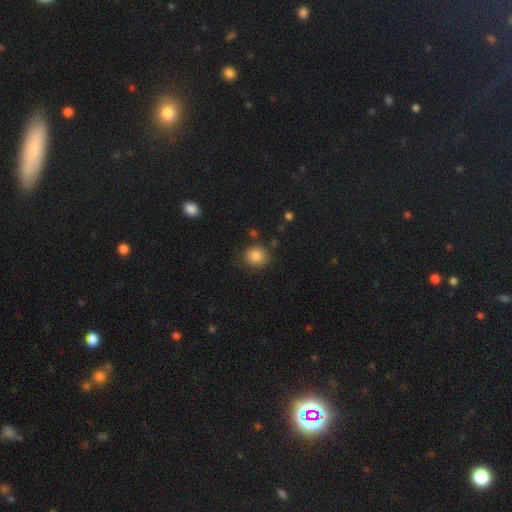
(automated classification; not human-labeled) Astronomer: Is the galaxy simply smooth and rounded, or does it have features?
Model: smooth — 84%.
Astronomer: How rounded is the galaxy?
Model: round — 74%.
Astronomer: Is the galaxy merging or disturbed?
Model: none — 80%.